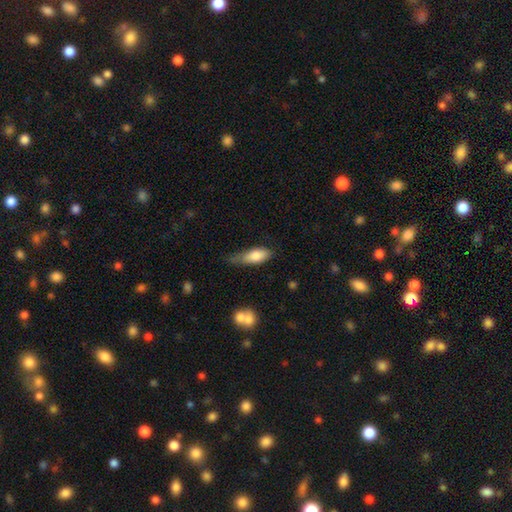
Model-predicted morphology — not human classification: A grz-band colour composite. It shows a smooth galaxy with no disk features (77%) that is in between round and cigar-shaped (70%). Merging: minor disturbance (44%).